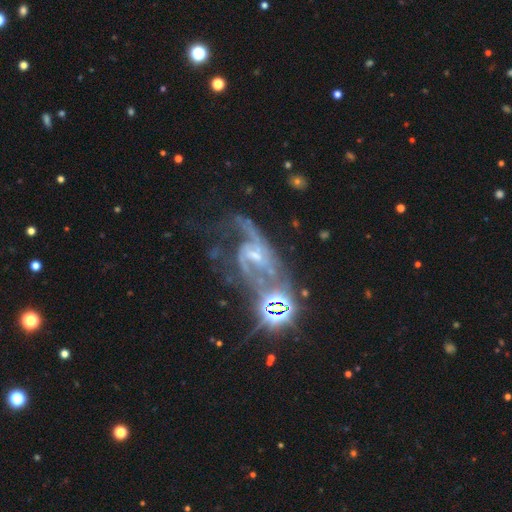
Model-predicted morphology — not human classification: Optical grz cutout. It shows a featured or disk galaxy (79%) with a weak bar (47%), 2 (64%) loose (45%) spiral arms (91%) and a small central bulge (60%). Merging: major disturbance (38%).